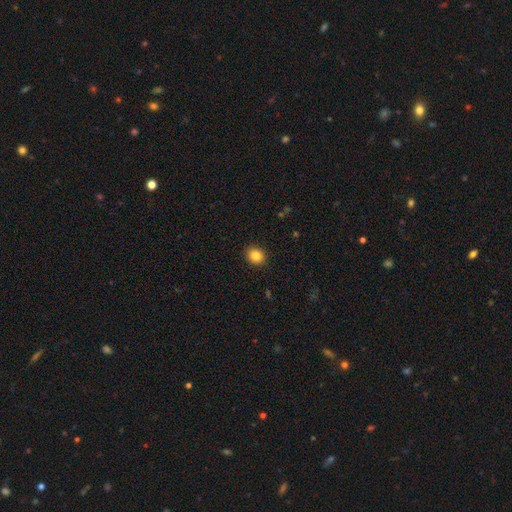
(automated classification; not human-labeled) smooth-or-featured: smooth: 85% | star or artifact: 10% | featured or disk: 5%
  how-rounded: round: 73% | in between: 26% | cigar-shaped: 1%
  merging: none: 91% | minor disturbance: 6% | major disturbance: 2% | merger: 1%